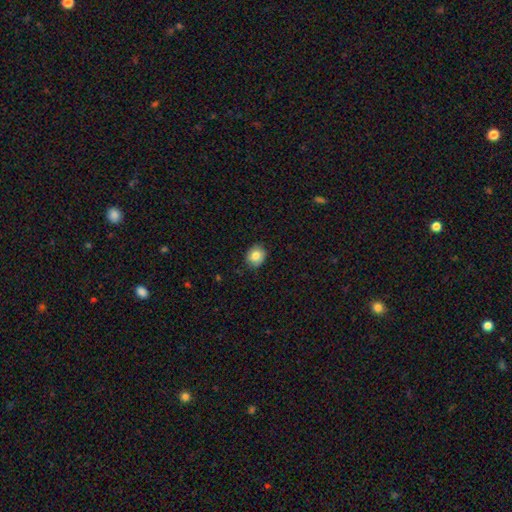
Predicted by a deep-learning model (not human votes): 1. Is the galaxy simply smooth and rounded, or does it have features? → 81% smooth, 10% featured or disk, 8% star or artifact.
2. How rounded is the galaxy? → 58% round, 41% in between, 1% cigar-shaped.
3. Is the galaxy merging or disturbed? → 83% none, 14% minor disturbance, 2% major disturbance, 1% merger.